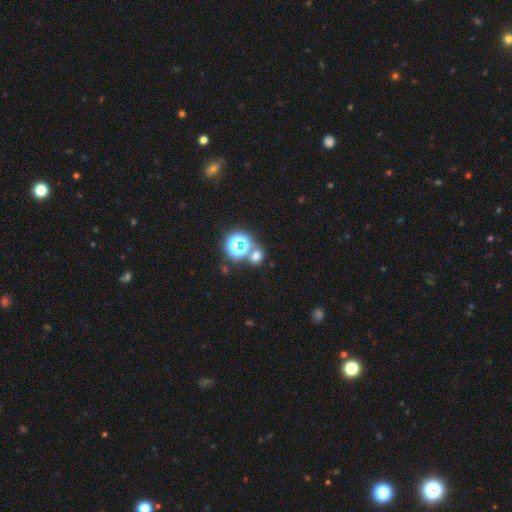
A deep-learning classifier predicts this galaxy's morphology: Smooth or featured: smooth — 57% (star or artifact — 35%)
How rounded: round — 57% (in between — 41%)
Merging: none — 65% (merger — 22%)